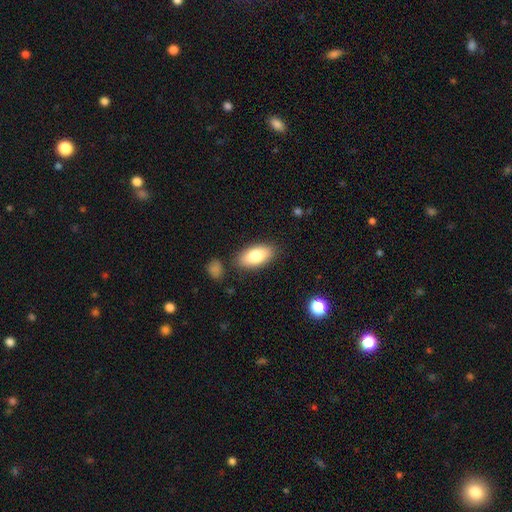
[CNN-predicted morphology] smooth_or_featured: smooth (p=0.80) [alt: featured or disk p=0.13]
how_rounded: in between (p=0.91) [alt: cigar-shaped p=0.06]
merging: none (p=0.83) [alt: minor disturbance p=0.11]